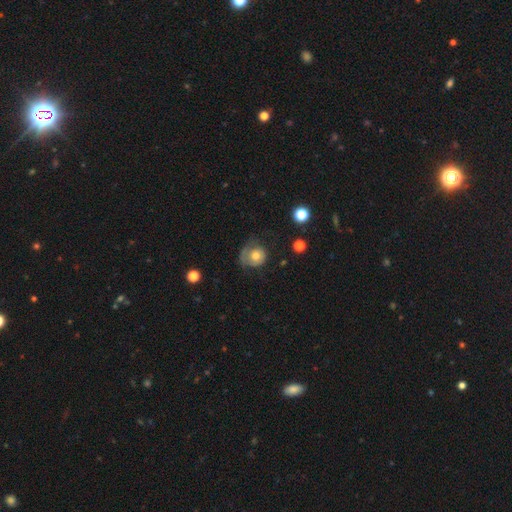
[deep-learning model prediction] smooth 55%, featured or disk 38%, star or artifact 8%. Down the decision tree: how rounded — round (78%); merging — none (45%).